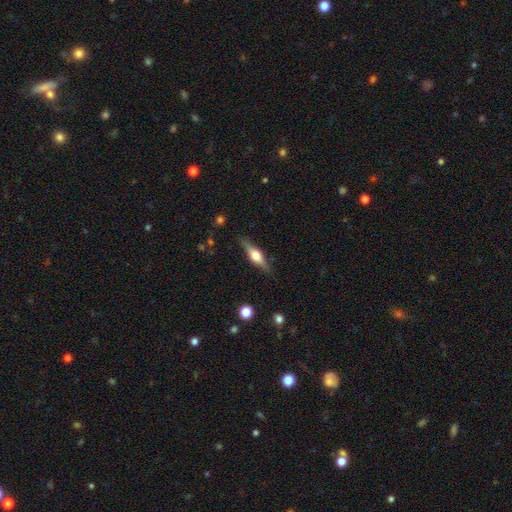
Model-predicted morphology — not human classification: The model was most divided on "smooth or featured": featured or disk: 66%, smooth: 28%, star or artifact: 6%. More confident: edge-on disk — yes (96%); edge-on bulge — rounded (91%); merging — none (85%).